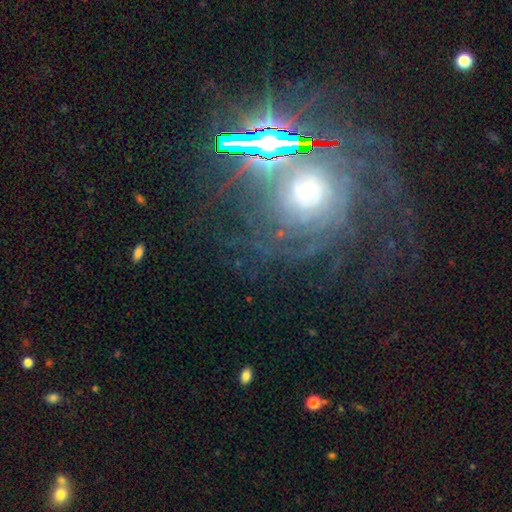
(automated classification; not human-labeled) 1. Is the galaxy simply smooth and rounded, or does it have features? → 59% featured or disk, 29% star or artifact, 12% smooth.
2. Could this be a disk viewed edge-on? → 94% no, 6% yes.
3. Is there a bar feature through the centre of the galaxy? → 75% no, 17% weak, 8% strong.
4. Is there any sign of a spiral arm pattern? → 87% yes, 13% no.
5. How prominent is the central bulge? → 42% moderate, 41% small, 10% large, 4% dominant, 4% none.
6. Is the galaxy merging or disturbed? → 59% none, 18% major disturbance, 14% minor disturbance, 8% merger.